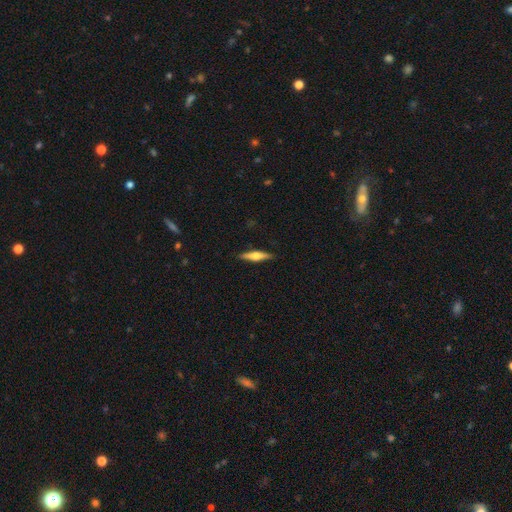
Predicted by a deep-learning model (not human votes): This is possibly a featured or disk galaxy (56%). It is clearly viewed edge-on (96%). Edge-on bulge: clearly rounded (89%). Merging: clearly none (90%).